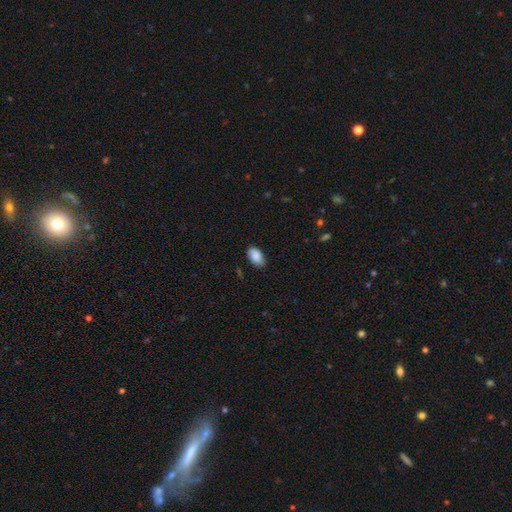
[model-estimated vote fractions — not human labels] smooth-or-featured: smooth: 88% | star or artifact: 7% | featured or disk: 5%
  how-rounded: in between: 94% | round: 5% | cigar-shaped: 1%
  merging: none: 82% | minor disturbance: 15% | major disturbance: 2% | merger: 1%